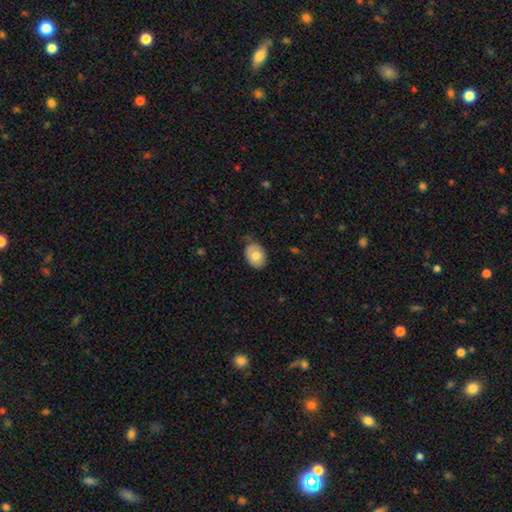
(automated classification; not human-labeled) smooth 72%, featured or disk 21%, star or artifact 7%. Down the decision tree: how rounded — in between (68%); merging — none (70%).